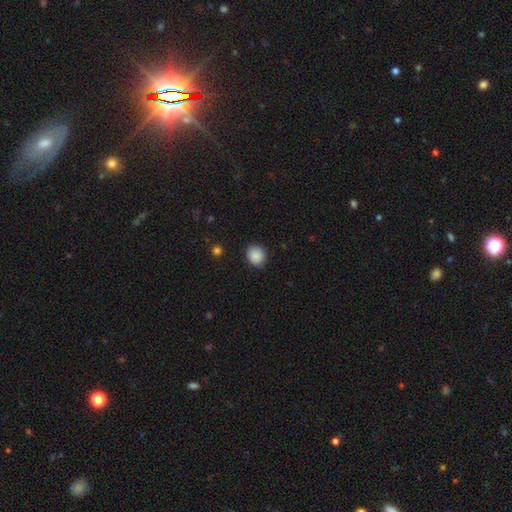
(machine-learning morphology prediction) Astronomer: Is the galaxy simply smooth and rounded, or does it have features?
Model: smooth — 89%.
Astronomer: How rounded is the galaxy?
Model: round — 81%.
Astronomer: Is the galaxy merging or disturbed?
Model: none — 87%.